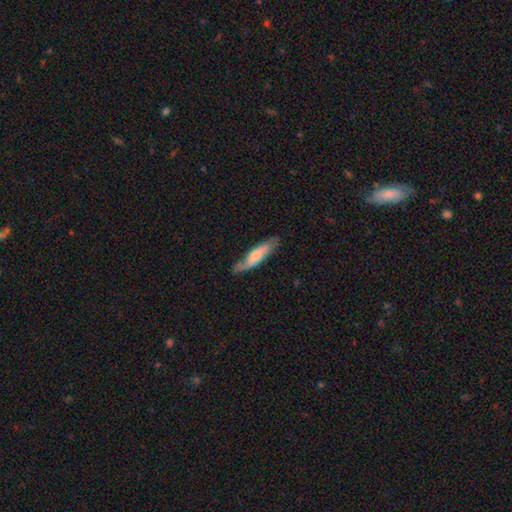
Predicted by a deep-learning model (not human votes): Smooth or featured? Predicted: smooth (p=0.51). How rounded? Predicted: cigar-shaped (p=0.69). Merging? Predicted: none (p=0.71).